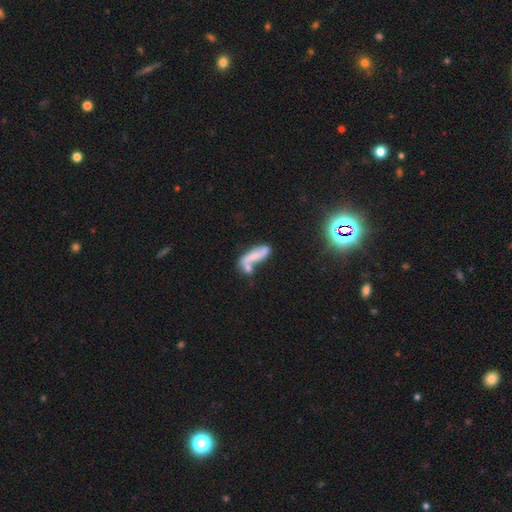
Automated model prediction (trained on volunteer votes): This appears to be a featured or disk galaxy (49%). Merging: merger (42%).